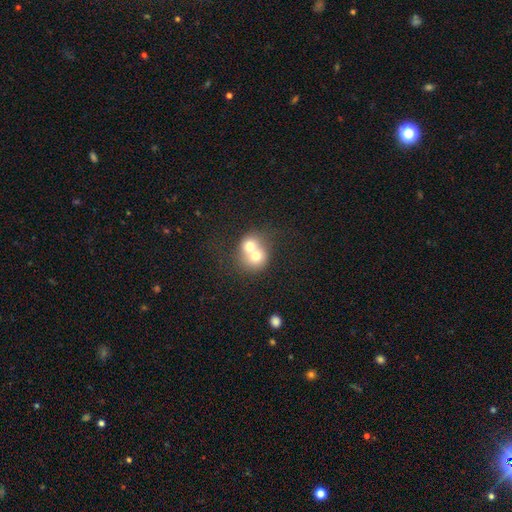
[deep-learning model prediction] Morphology: type=smooth (66%); roundness=round (75%); merging=merger (73%).